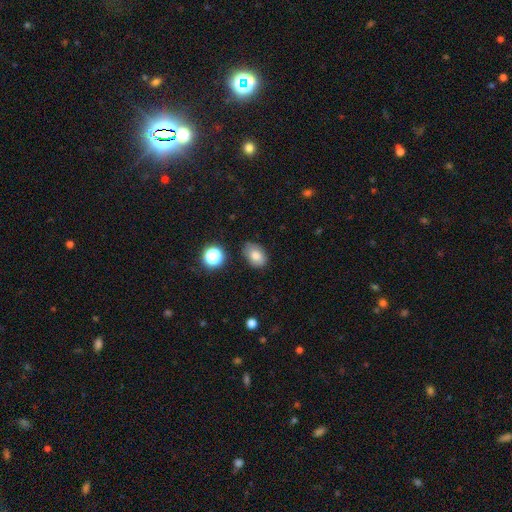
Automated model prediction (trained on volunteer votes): This is likely a smooth galaxy (79%). How rounded: likely in between (79%). Merging: likely none (76%).